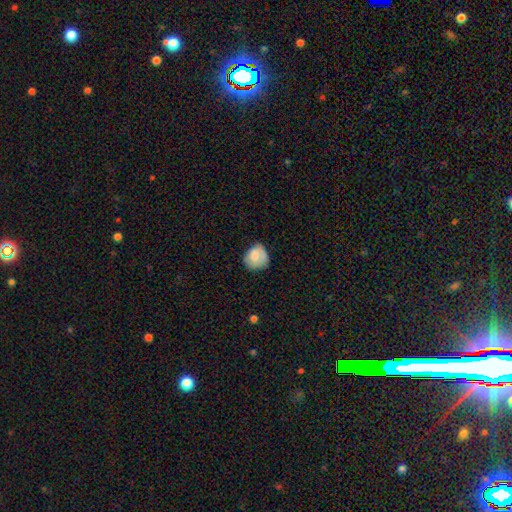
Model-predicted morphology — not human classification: A smooth galaxy with no disk features (75%) that is round (76%).

Vote fractions:
- Smooth or featured? smooth: 75% / featured or disk: 18% / star or artifact: 8%
- How rounded? round: 76% / in between: 23% / cigar-shaped: 1%
- Merging? none: 59% / minor disturbance: 29% / major disturbance: 10% / merger: 2%